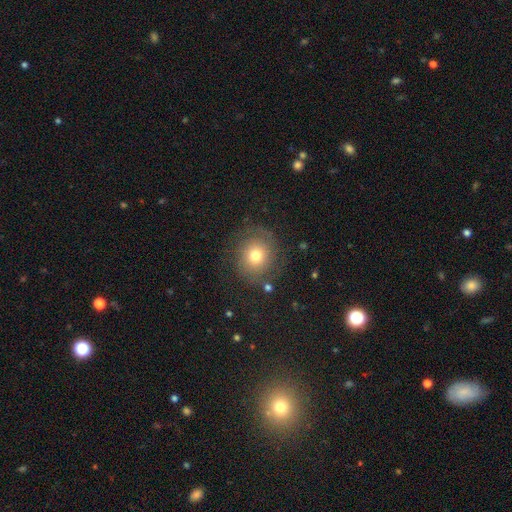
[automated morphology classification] Overall: smooth (57%; featured or disk 30%). How rounded: round (83%). Merging: none (75%).